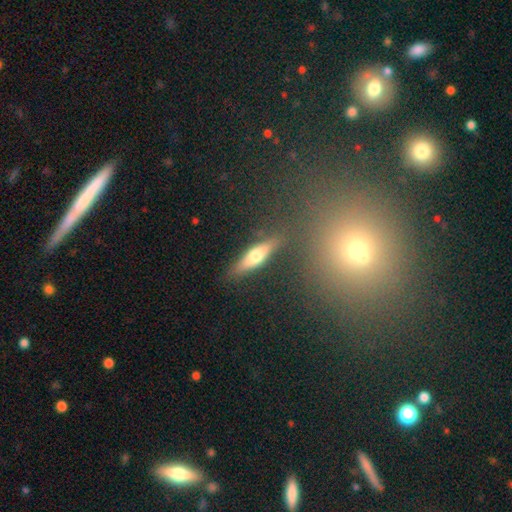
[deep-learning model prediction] Q: Smooth or featured?
A: smooth (53%); runner-up: featured or disk (41%)
Q: How rounded?
A: cigar-shaped (66%); runner-up: in between (31%)
Q: Merging?
A: none (82%); runner-up: minor disturbance (12%)